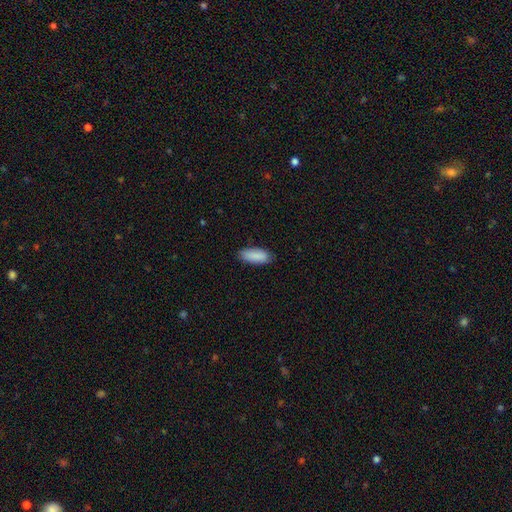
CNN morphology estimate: smooth-or-featured: smooth: 89% | star or artifact: 6% | featured or disk: 5%
  how-rounded: in between: 78% | cigar-shaped: 21% | round: 2%
  merging: none: 84% | minor disturbance: 12% | major disturbance: 2% | merger: 1%